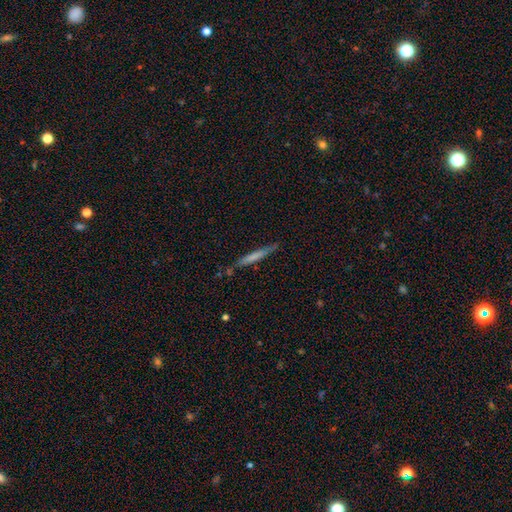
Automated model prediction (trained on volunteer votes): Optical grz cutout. It shows a smooth galaxy with no disk features (57%) that is cigar-shaped (96%). Merging: none (85%).